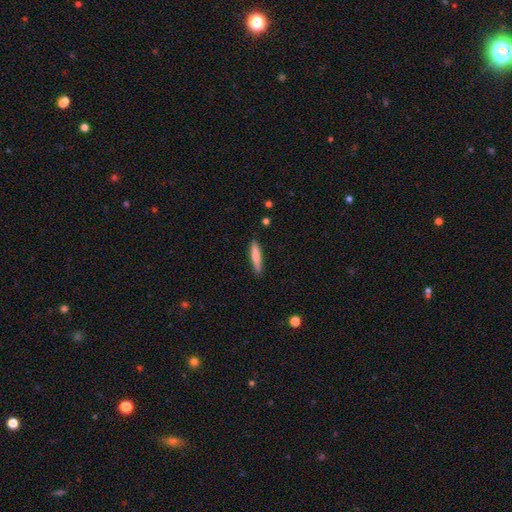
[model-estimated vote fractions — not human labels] A smooth galaxy with no disk features (80%) that is cigar-shaped (87%). Merging: none (89%).